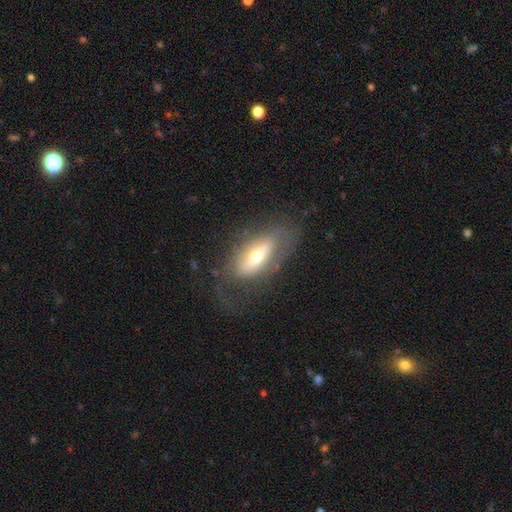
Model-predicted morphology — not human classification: Smooth or featured? Predicted: featured or disk (p=0.53). Edge-on disk? Predicted: no (p=0.70). Merging? Predicted: none (p=0.56).